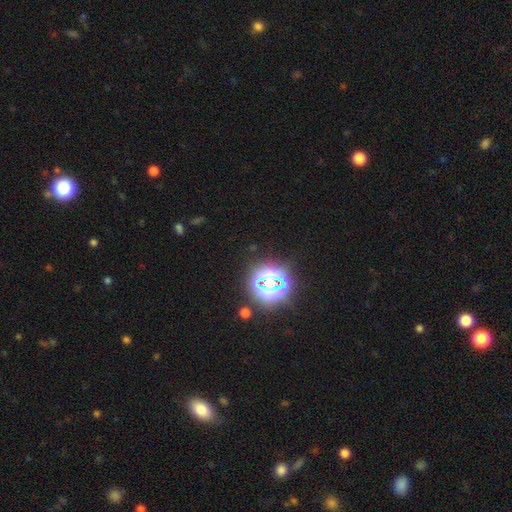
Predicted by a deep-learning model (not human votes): Smooth or featured? star or artifact (81%)